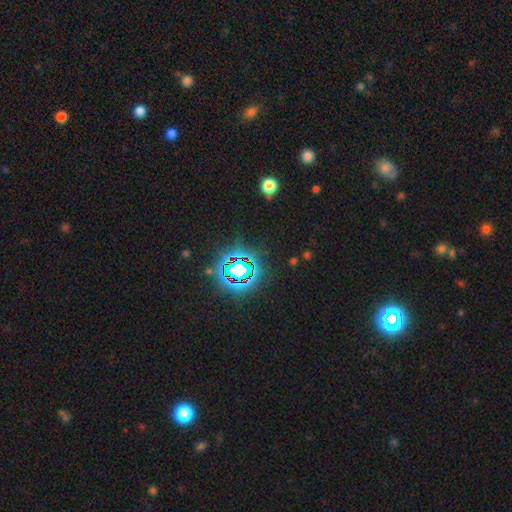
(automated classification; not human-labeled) Q: Smooth or featured?
A: star or artifact (81%); runner-up: smooth (12%)